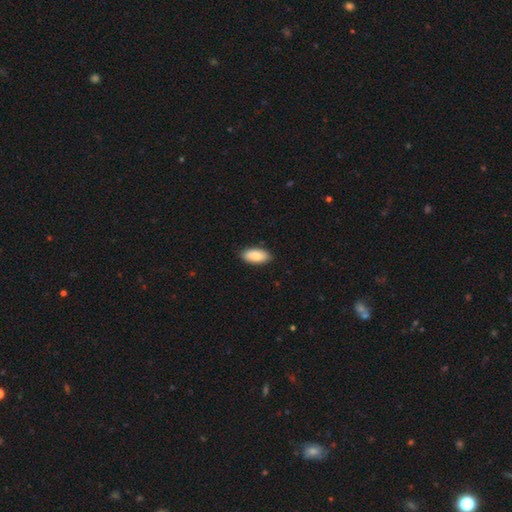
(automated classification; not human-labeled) Morphology: type=smooth (83%); roundness=in between (92%); merging=none (89%).